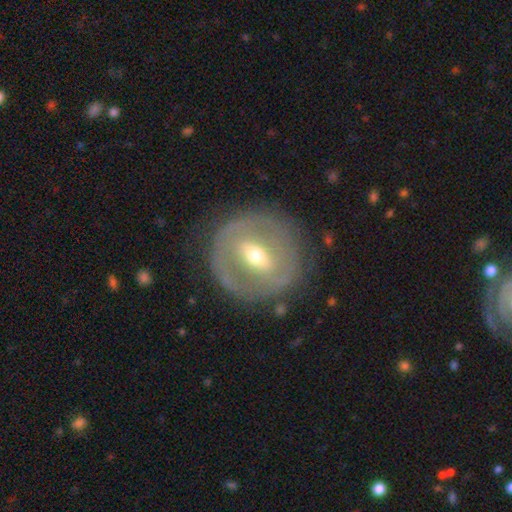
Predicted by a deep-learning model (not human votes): smooth-or-featured: featured or disk: 70% | smooth: 24% | star or artifact: 6%
  disk-edge-on: no: 91% | yes: 9%
    bar: strong: 41% | weak: 40% | no: 19%
    has-spiral-arms: no: 65% | yes: 35%
    bulge-size: moderate: 62% | small: 32% | large: 4% | dominant: 1% | none: 1%
  merging: none: 79% | minor disturbance: 13% | major disturbance: 6% | merger: 2%